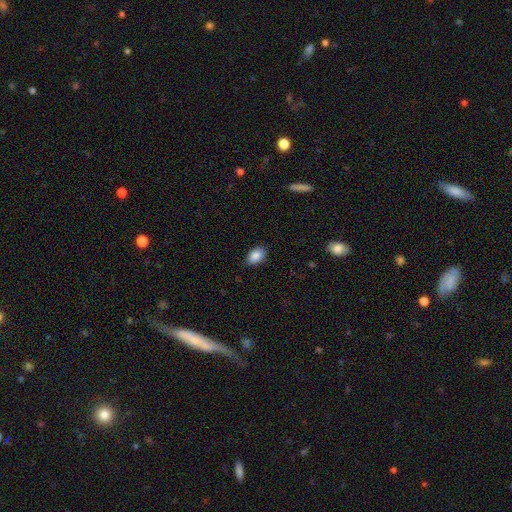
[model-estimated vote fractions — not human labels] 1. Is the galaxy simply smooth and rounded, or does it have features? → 88% smooth, 7% star or artifact, 5% featured or disk.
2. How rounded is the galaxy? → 89% in between, 9% round, 2% cigar-shaped.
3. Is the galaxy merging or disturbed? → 81% none, 16% minor disturbance, 3% major disturbance, 1% merger.